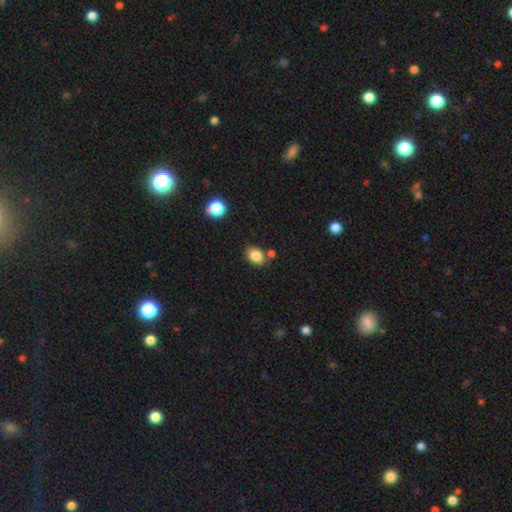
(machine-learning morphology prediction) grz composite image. It shows a smooth galaxy with no disk features (84%) that is in between round and cigar-shaped (68%). Merging: none (73%).